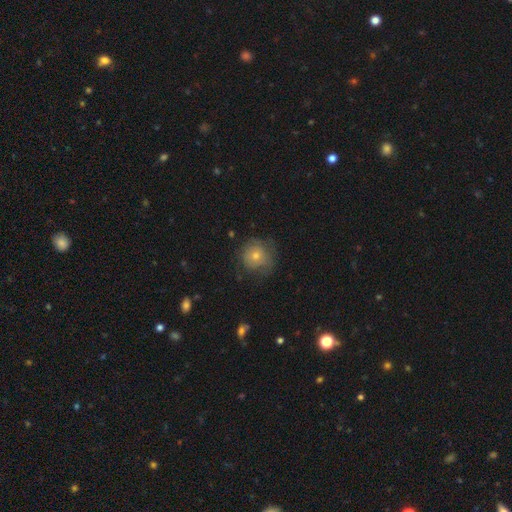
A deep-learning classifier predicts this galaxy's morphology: Smooth or featured: smooth — 67% (featured or disk — 24%)
How rounded: round — 89% (in between — 10%)
Merging: none — 62% (minor disturbance — 24%)